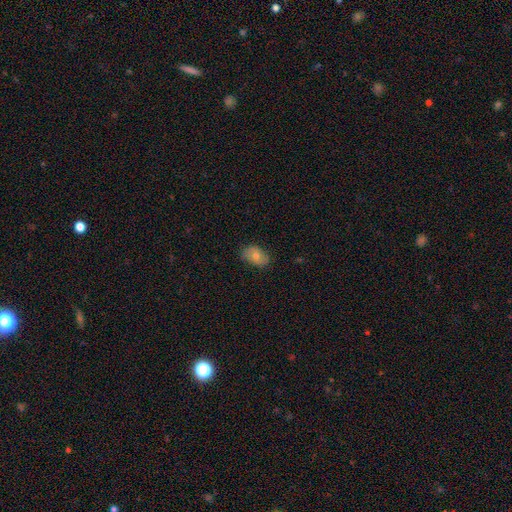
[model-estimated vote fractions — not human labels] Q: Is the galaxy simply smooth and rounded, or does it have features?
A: smooth — 69%.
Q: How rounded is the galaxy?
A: in between — 86%.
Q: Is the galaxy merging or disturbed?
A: none — 80%.